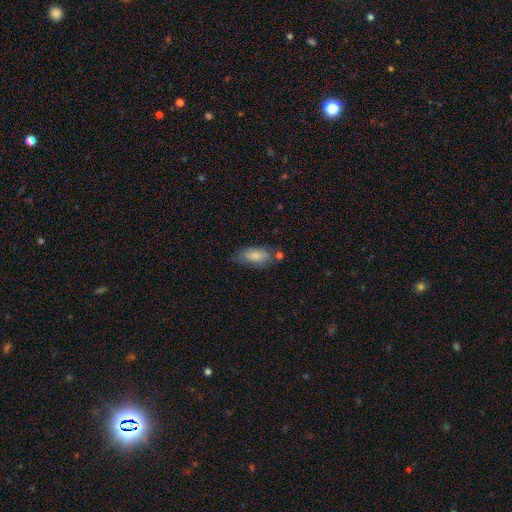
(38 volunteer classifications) smooth_or_featured: smooth (p=0.82) [alt: featured or disk p=0.13]
how_rounded: in between (p=1.00)
merging: none (p=0.67) [alt: minor disturbance p=0.19]